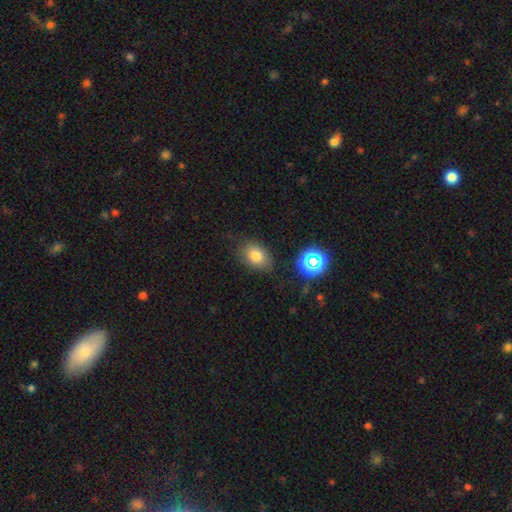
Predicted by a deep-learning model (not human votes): smooth-or-featured: smooth: 78% | star or artifact: 13% | featured or disk: 9%
  how-rounded: in between: 73% | round: 25% | cigar-shaped: 1%
  merging: none: 79% | minor disturbance: 15% | major disturbance: 4% | merger: 2%